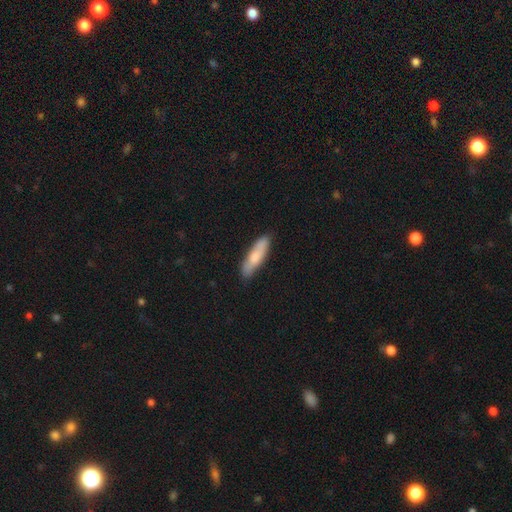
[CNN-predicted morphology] smooth_or_featured: smooth (p=0.71) [alt: featured or disk p=0.24]
how_rounded: cigar-shaped (p=0.66) [alt: in between p=0.32]
merging: none (p=0.83) [alt: minor disturbance p=0.13]